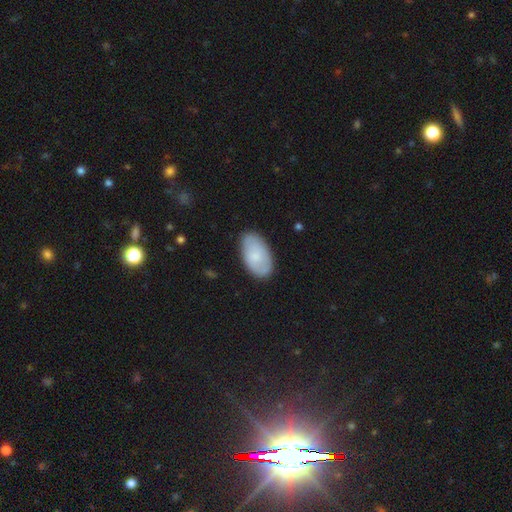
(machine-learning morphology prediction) smooth-or-featured: smooth: 72% | featured or disk: 22% | star or artifact: 6%
  how-rounded: in between: 95% | round: 4% | cigar-shaped: 2%
  merging: none: 82% | minor disturbance: 14% | major disturbance: 3% | merger: 1%